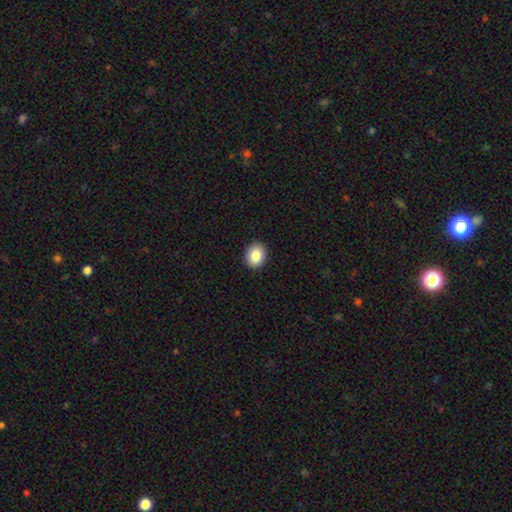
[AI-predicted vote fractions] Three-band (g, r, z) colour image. It shows a smooth galaxy with no disk features (85%) that is round (52%). Merging: none (91%).